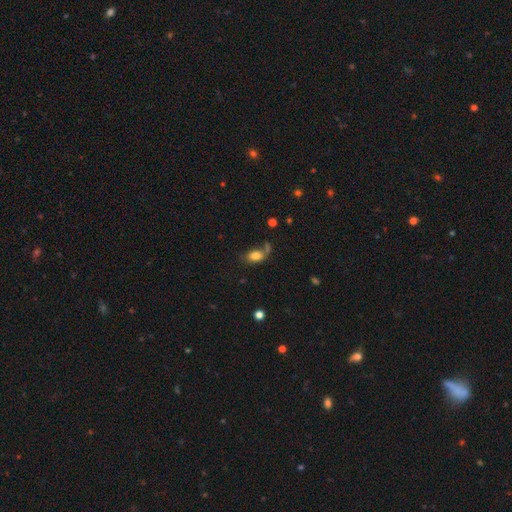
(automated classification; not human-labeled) The model was most divided on "merging": none: 53%, merger: 19%, minor disturbance: 18%, major disturbance: 10%. More confident: how rounded — in between (85%); smooth or featured — smooth (81%).